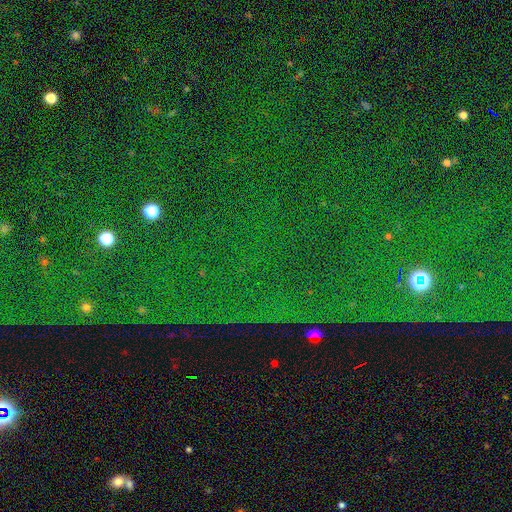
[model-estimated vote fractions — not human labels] Smooth or featured?
  - star or artifact: 82% *
  - smooth: 9%
  - featured or disk: 8%